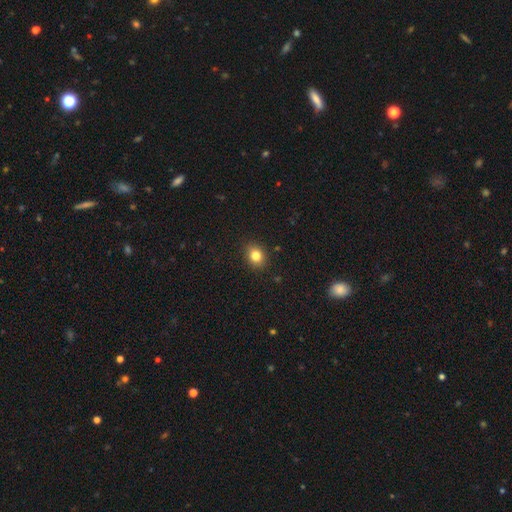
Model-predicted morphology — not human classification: Overall: smooth (82%). How rounded: round (58%; in between 41%). Merging: none (89%).